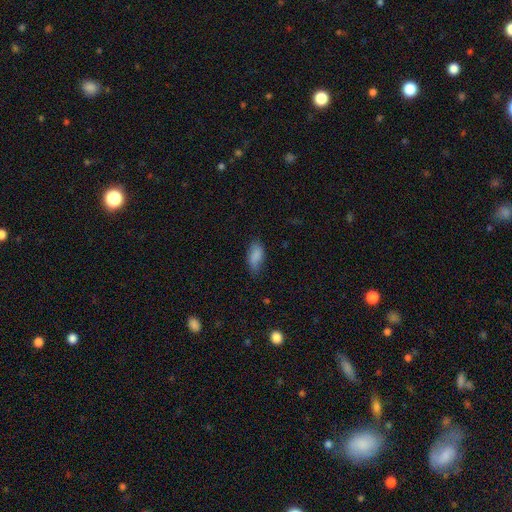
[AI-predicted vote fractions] Smooth or featured? smooth (86%)
How rounded? in between (88%)
Merging? none (67%)